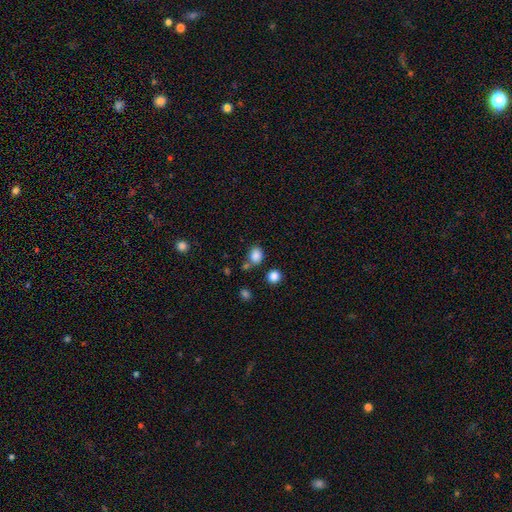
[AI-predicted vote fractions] This appears to be a smooth galaxy with no disk features (84%) that is round (54%). Merging: none (66%).